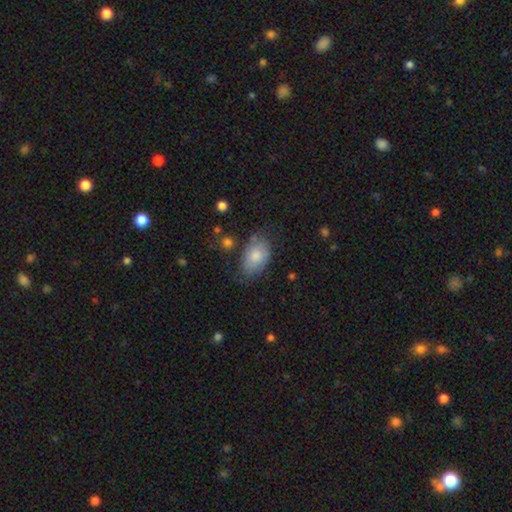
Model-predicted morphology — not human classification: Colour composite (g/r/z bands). It shows a smooth galaxy with no disk features (76%) that is in between round and cigar-shaped (91%). Merging: none (62%).